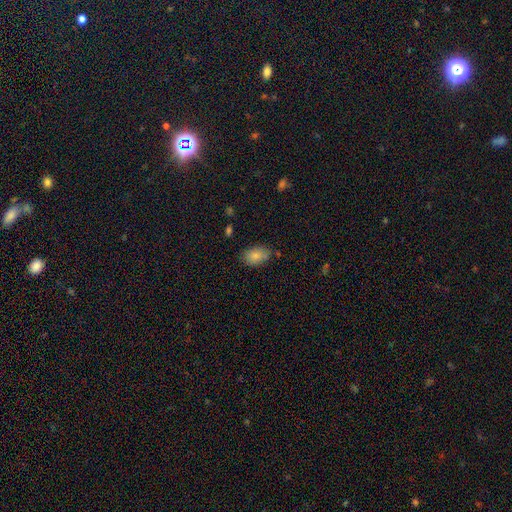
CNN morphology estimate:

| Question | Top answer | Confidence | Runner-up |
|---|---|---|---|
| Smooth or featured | smooth | 85% | star or artifact (8%) |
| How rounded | in between | 88% | round (11%) |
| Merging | none | 75% | minor disturbance (18%) |